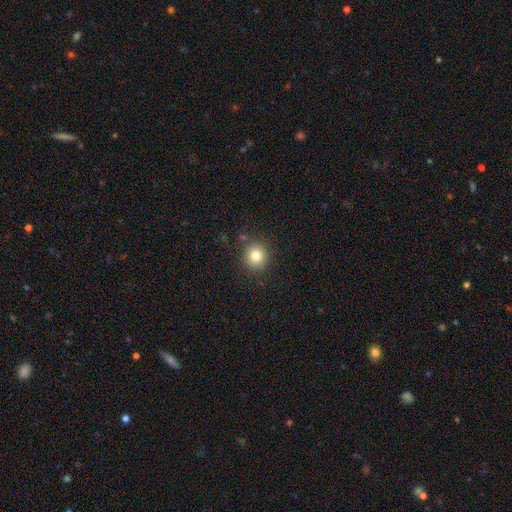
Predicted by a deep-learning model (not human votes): Smooth or featured?
  - smooth: 81% *
  - star or artifact: 11%
  - featured or disk: 7%
How rounded?
  - round: 88% *
  - in between: 11%
  - cigar-shaped: 1%
Merging?
  - none: 86% *
  - minor disturbance: 9%
  - merger: 3%
  - major disturbance: 3%